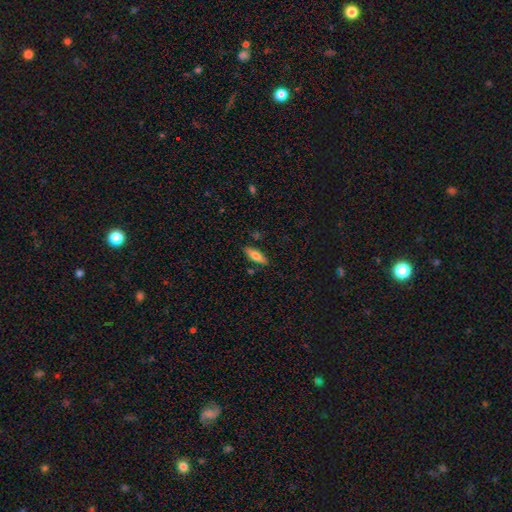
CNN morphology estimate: type=smooth (69%); roundness=in between (55%); merging=none (83%).